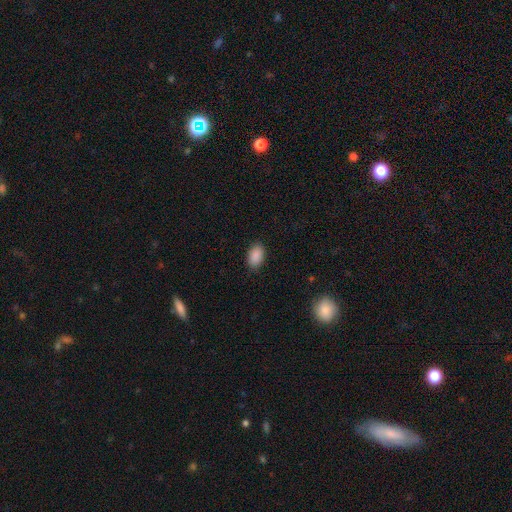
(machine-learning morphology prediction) The model was most divided on "merging": none: 88%, minor disturbance: 9%, major disturbance: 2%, merger: 1%. More confident: how rounded — in between (92%); smooth or featured — smooth (90%).